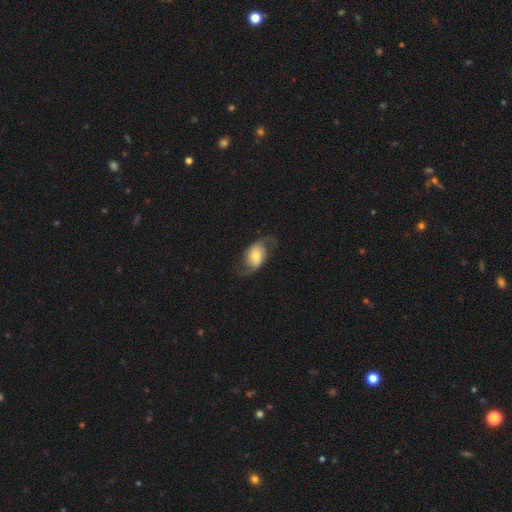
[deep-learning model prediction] Smooth or featured? Predicted: featured or disk (p=0.57). Edge-on disk? Predicted: no (p=0.94). Bar? Predicted: no (p=0.60). Spiral arms? Predicted: yes (p=0.85). Bulge size? Predicted: moderate (p=0.47). Merging? Predicted: none (p=0.63).